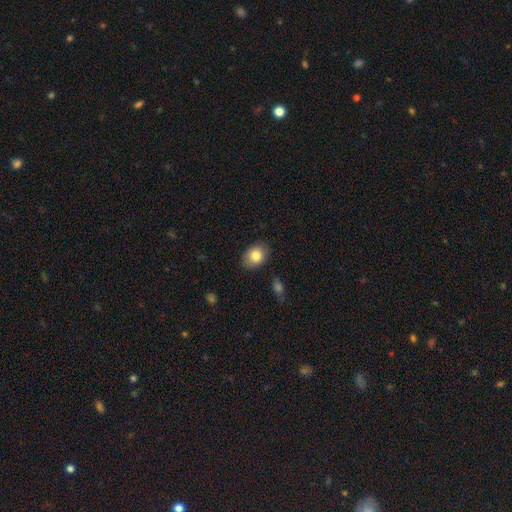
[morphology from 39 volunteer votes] smooth 82%, star or artifact 10%, featured or disk 8%. Down the decision tree: how rounded — in between (72%); merging — none (83%).